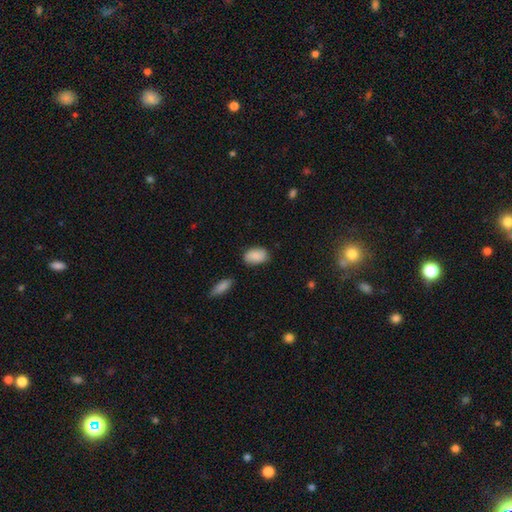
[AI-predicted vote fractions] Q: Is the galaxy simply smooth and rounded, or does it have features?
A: smooth — 85%.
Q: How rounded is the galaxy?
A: in between — 90%.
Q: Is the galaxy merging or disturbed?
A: none — 76%.